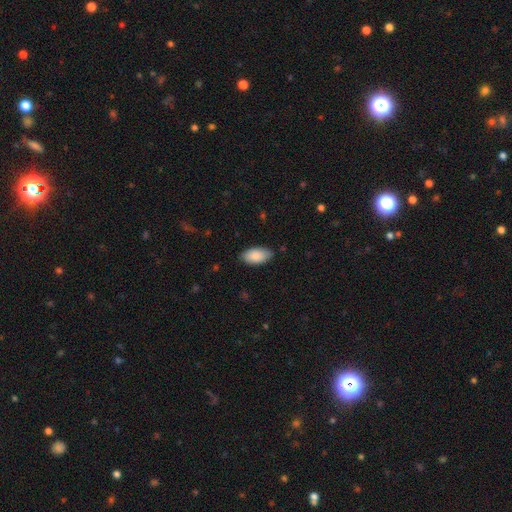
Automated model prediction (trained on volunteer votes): This is clearly a smooth galaxy (89%). How rounded: clearly in between (94%). Merging: clearly none (83%).